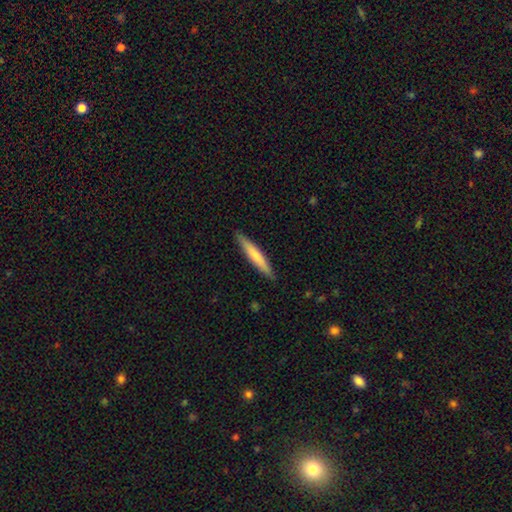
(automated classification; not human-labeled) Morphology: type=smooth (67%); roundness=cigar-shaped (94%); merging=none (90%).